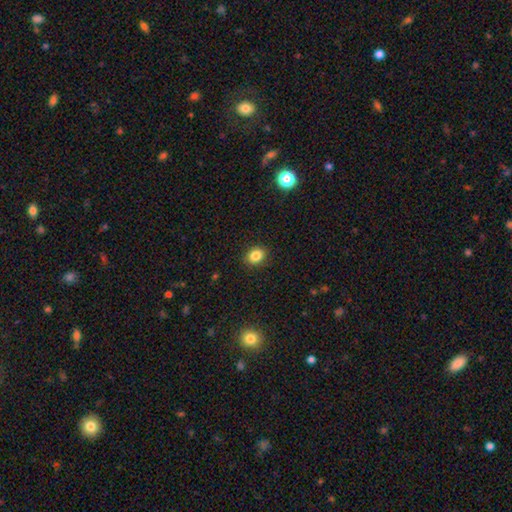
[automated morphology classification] This appears to be a smooth galaxy with no disk features (85%) that is round (51%). Merging: none (89%).